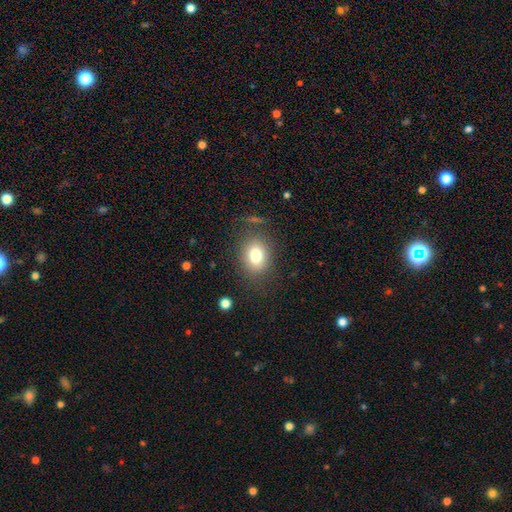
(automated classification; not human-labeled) smooth_or_featured: smooth (p=0.78) [alt: star or artifact p=0.11]
how_rounded: in between (p=0.50) [alt: round p=0.49]
merging: none (p=0.80) [alt: minor disturbance p=0.12]